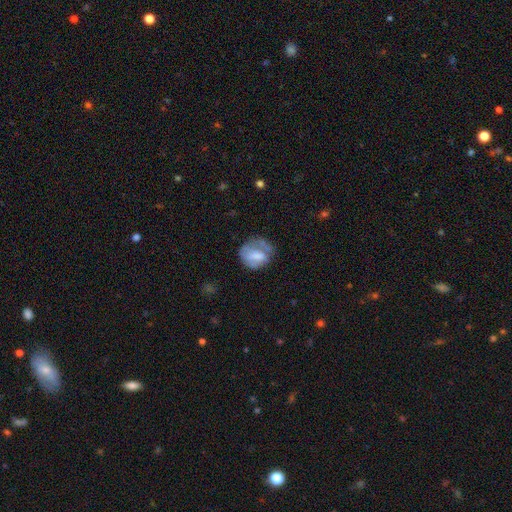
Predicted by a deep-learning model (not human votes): smooth_or_featured: smooth (p=0.57) [alt: featured or disk p=0.35]
how_rounded: round (p=0.61) [alt: in between p=0.37]
merging: none (p=0.43) [alt: minor disturbance p=0.28]